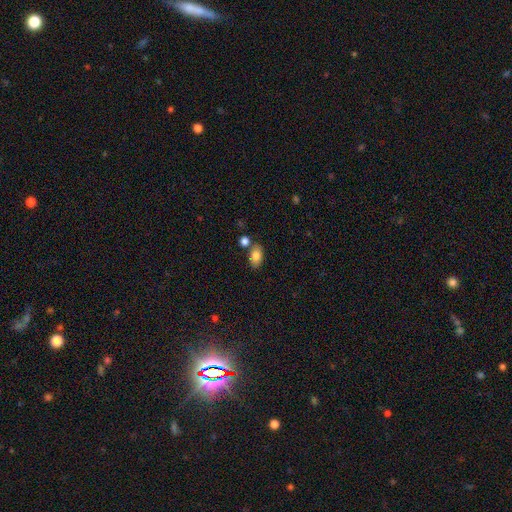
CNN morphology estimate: The model was most divided on "merging": none: 71%, merger: 13%, minor disturbance: 13%, major disturbance: 3%. More confident: how rounded — in between (88%); smooth or featured — smooth (83%).